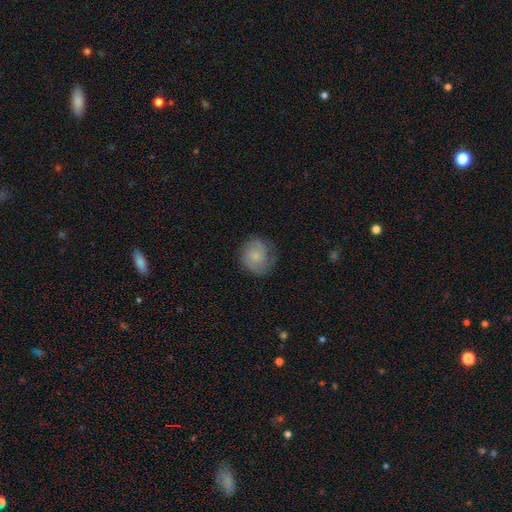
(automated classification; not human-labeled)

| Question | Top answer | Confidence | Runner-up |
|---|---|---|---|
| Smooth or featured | smooth | 60% | featured or disk (32%) |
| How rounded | round | 76% | in between (23%) |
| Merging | none | 65% | minor disturbance (24%) |